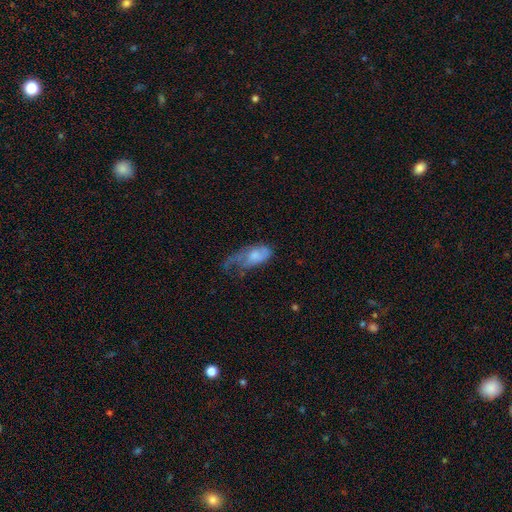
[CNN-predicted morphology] The model was most divided on "merging": major disturbance: 46%, minor disturbance: 28%, none: 22%, merger: 4%. More confident: how rounded — in between (89%); smooth or featured — smooth (59%).